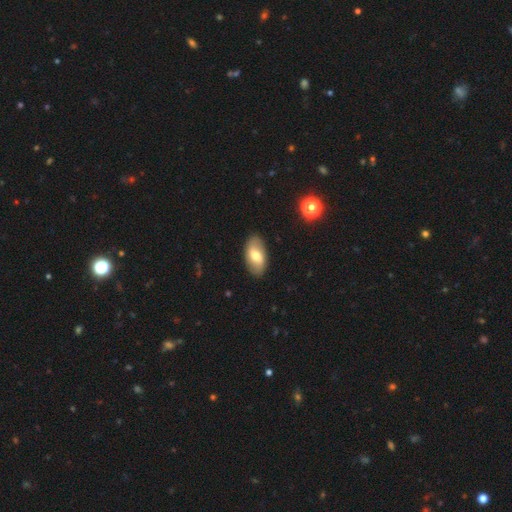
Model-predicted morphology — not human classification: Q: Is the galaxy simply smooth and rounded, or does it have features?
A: smooth — 62%.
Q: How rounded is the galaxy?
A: in between — 93%.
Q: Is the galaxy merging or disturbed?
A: none — 87%.